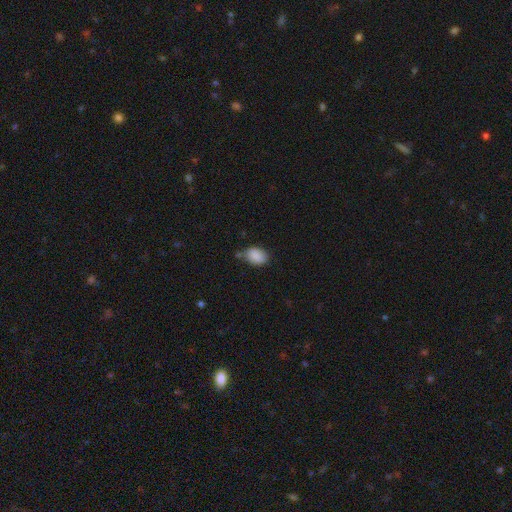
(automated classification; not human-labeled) Smooth or featured?
  - smooth: 86% *
  - star or artifact: 8%
  - featured or disk: 6%
How rounded?
  - in between: 81% *
  - round: 17%
  - cigar-shaped: 1%
Merging?
  - none: 55% *
  - minor disturbance: 30%
  - merger: 8%
  - major disturbance: 6%